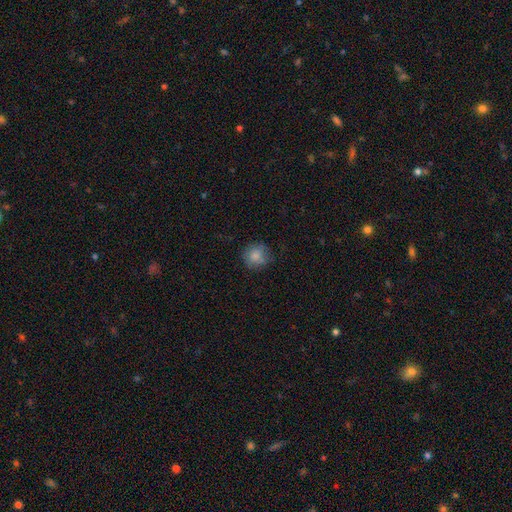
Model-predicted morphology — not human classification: Smooth or featured? smooth (81%)
How rounded? round (86%)
Merging? none (72%)